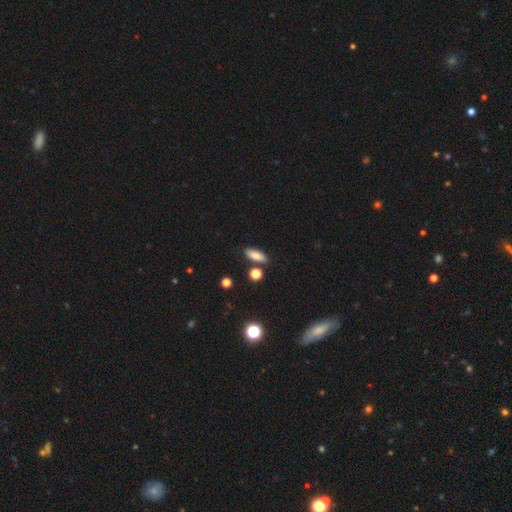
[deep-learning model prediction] Smooth or featured? smooth (80%)
How rounded? in between (68%)
Merging? none (80%)